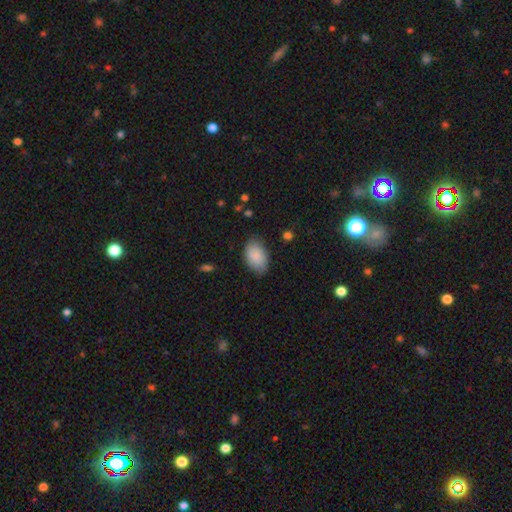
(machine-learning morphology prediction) Smooth or featured?
  - smooth: 88% *
  - star or artifact: 6%
  - featured or disk: 6%
How rounded?
  - in between: 91% *
  - round: 8%
  - cigar-shaped: 1%
Merging?
  - none: 79% *
  - minor disturbance: 16%
  - major disturbance: 3%
  - merger: 1%